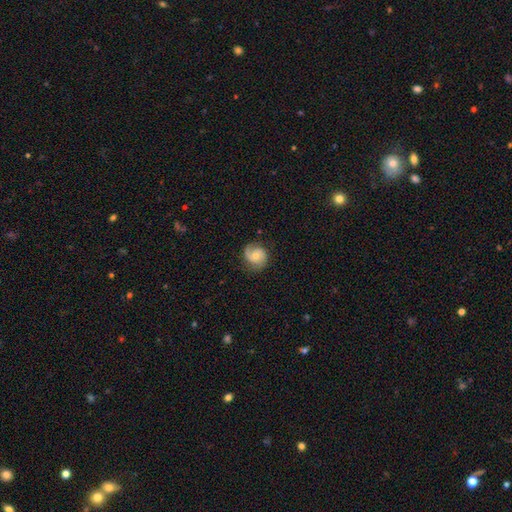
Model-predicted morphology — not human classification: Smooth or featured?
  - featured or disk: 69% *
  - smooth: 24%
  - star or artifact: 7%
Edge-on disk?
  - no: 98% *
  - yes: 2%
Bar?
  - no: 64% *
  - weak: 32%
  - strong: 5%
Spiral arms?
  - yes: 94% *
  - no: 6%
Spiral winding?
  - medium: 45% *
  - tight: 33%
  - loose: 22%
Spiral arm count?
  - 2: 76% *
  - 1: 15%
  - can't tell: 6%
  - 3: 2%
  - 4: 1%
  - more than 4: 1%
Bulge size?
  - moderate: 53% *
  - small: 41%
  - none: 3%
  - large: 2%
  - dominant: 1%
Merging?
  - none: 76% *
  - minor disturbance: 18%
  - major disturbance: 6%
  - merger: 1%